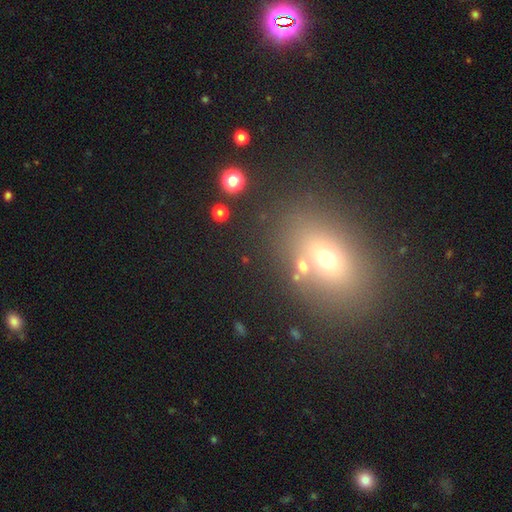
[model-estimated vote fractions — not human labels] This is possibly a smooth galaxy (55%). How rounded: likely in between (66%). Merging: likely none (71%).